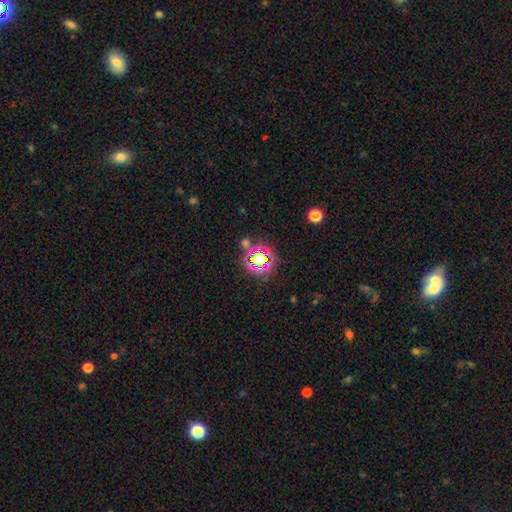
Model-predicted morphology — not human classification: star or artifact 73%, smooth 18%, featured or disk 9%.